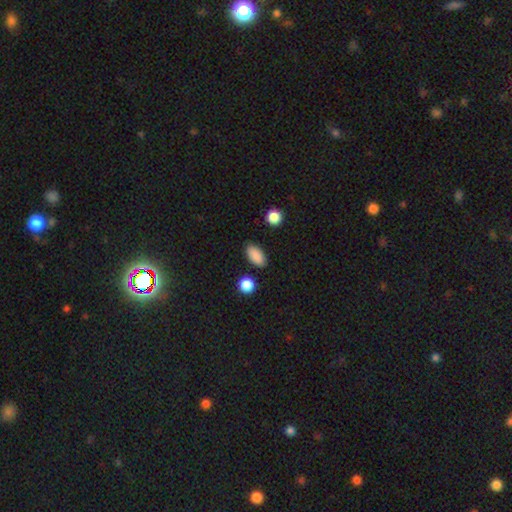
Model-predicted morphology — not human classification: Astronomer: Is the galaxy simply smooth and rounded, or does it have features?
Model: smooth — 88%.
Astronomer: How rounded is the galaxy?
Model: in between — 90%.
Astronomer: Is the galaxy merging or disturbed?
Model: none — 86%.